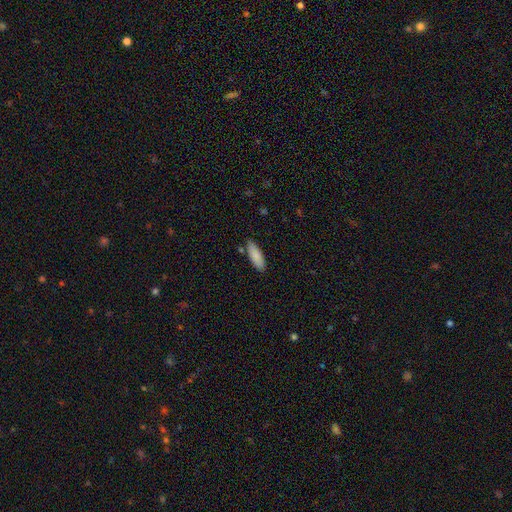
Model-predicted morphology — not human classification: This is clearly a smooth galaxy (87%). How rounded: likely in between (65%). Merging: clearly none (81%).